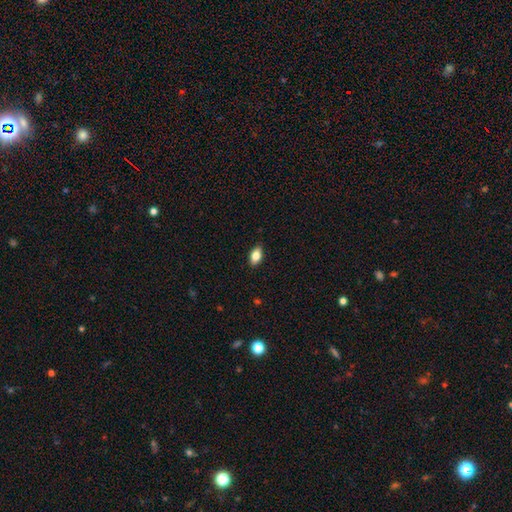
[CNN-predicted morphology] A smooth galaxy with no disk features (80%) that is in between round and cigar-shaped (90%). Merging: none (87%).